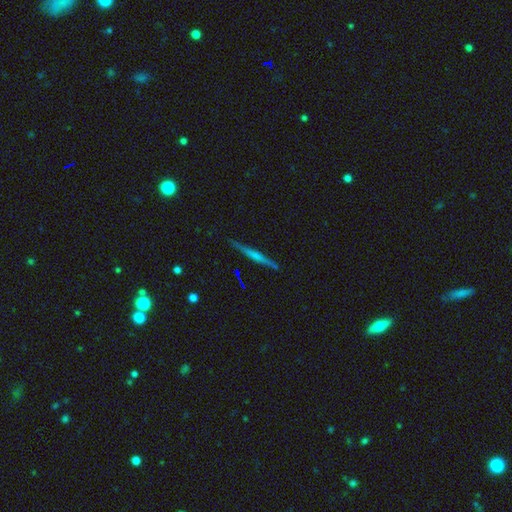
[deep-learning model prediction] Q: Smooth or featured?
A: featured or disk (61%); runner-up: smooth (31%)
Q: Edge-on disk?
A: yes (97%); runner-up: no (3%)
Q: Edge-on bulge?
A: none (47%); runner-up: rounded (36%)
Q: Merging?
A: none (87%); runner-up: minor disturbance (9%)